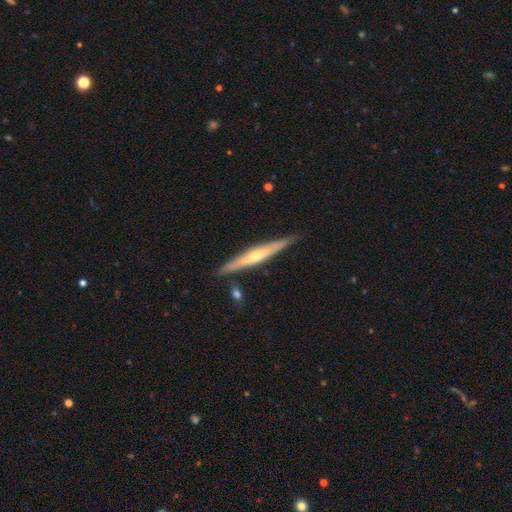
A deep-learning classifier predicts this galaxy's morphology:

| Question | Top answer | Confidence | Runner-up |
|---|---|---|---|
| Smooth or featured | featured or disk | 75% | smooth (19%) |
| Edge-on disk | yes | 97% | no (3%) |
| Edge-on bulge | rounded | 76% | none (18%) |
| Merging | none | 87% | minor disturbance (9%) |